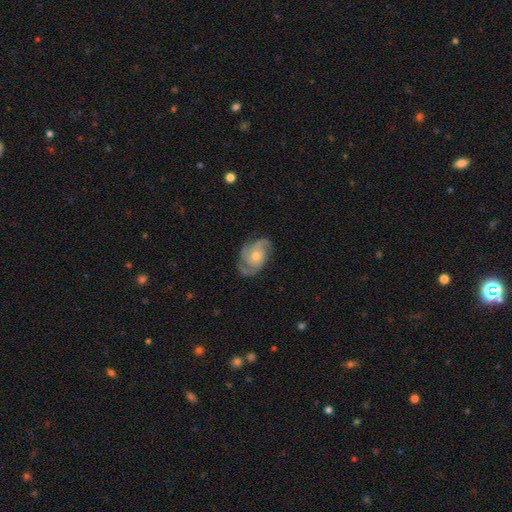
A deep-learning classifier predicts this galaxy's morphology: This appears to be a featured or disk galaxy (83%) with no bar (75%), 2 (50%) tight (45%) spiral arms (96%) and a moderate central bulge (48%). Merging: none (75%).